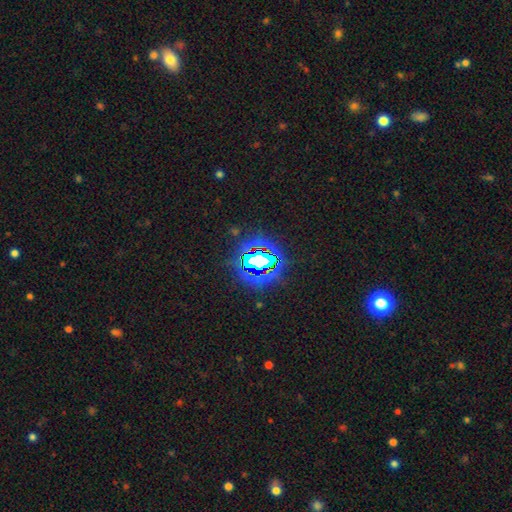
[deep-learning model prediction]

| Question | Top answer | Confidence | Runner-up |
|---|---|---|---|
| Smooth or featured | star or artifact | 79% | smooth (12%) |